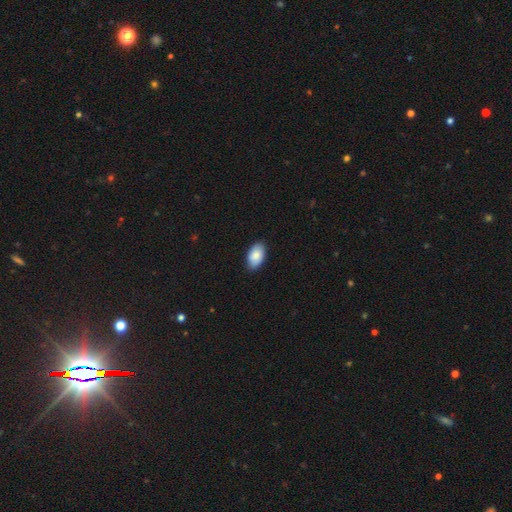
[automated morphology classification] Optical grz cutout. It shows a smooth galaxy with no disk features (87%) that is in between round and cigar-shaped (95%). Merging: none (87%).